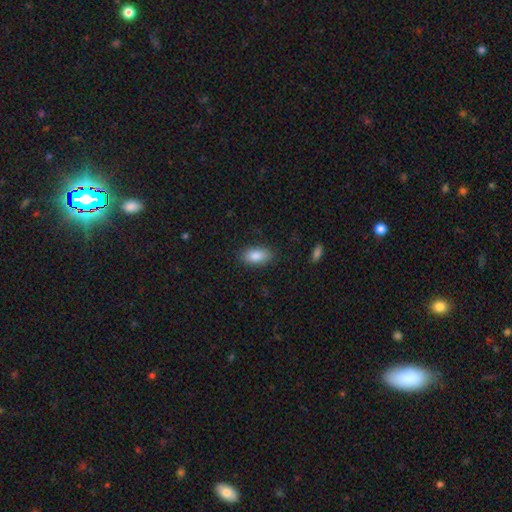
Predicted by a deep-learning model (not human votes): smooth 87%, star or artifact 7%, featured or disk 7%. Down the decision tree: how rounded — in between (91%); merging — none (85%).